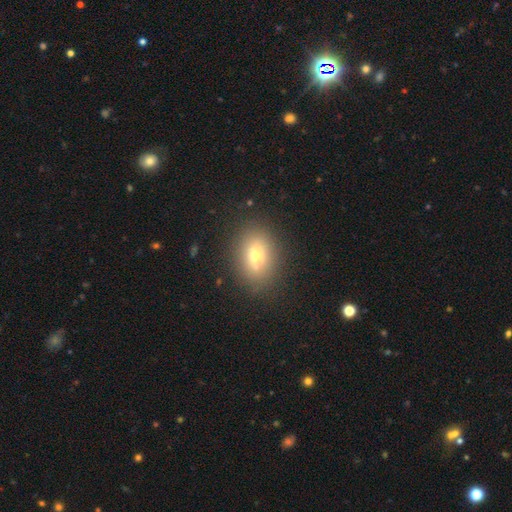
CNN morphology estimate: This appears to be a smooth galaxy with no disk features (56%) that is in between round and cigar-shaped (62%). Merging: none (81%).